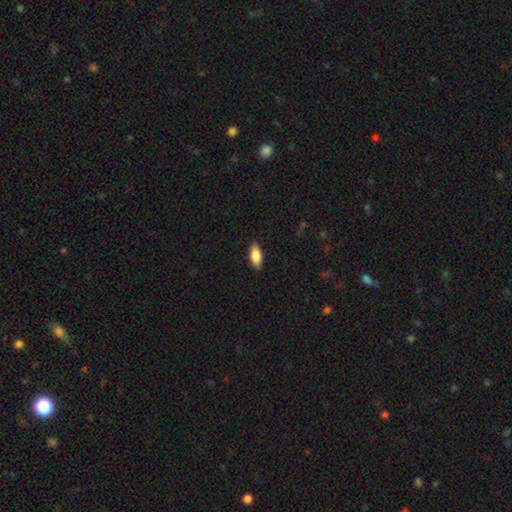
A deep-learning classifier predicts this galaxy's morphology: The model was most divided on "how rounded": in between: 84%, cigar-shaped: 14%, round: 2%. More confident: merging — none (89%); smooth or featured — smooth (84%).